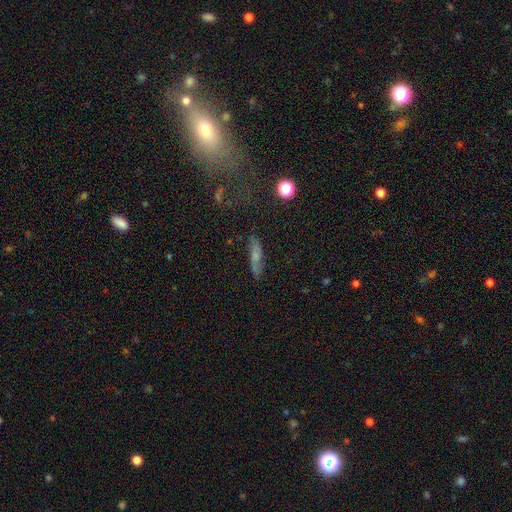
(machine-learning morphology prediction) type=smooth (52%); roundness=cigar-shaped (71%); merging=none (76%).